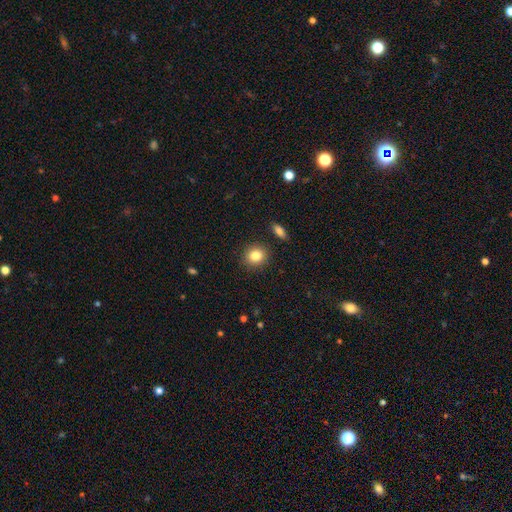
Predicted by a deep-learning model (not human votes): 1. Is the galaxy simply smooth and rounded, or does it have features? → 84% smooth, 9% star or artifact, 7% featured or disk.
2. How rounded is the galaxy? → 78% round, 21% in between, 1% cigar-shaped.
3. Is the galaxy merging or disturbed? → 89% none, 7% minor disturbance, 2% major disturbance, 2% merger.